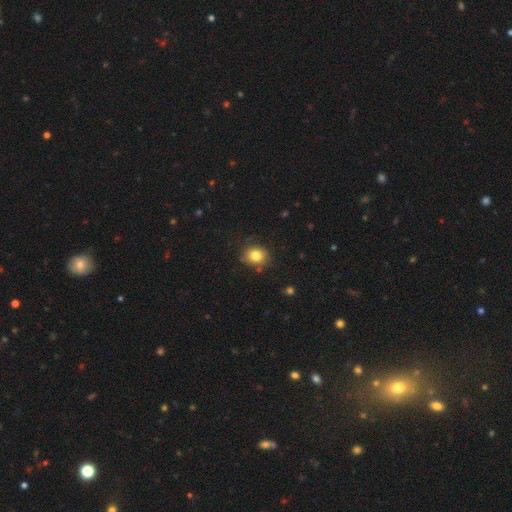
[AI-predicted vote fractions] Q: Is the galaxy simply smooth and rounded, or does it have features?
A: smooth — 82%.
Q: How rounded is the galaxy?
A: round — 71%.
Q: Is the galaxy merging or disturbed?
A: none — 82%.